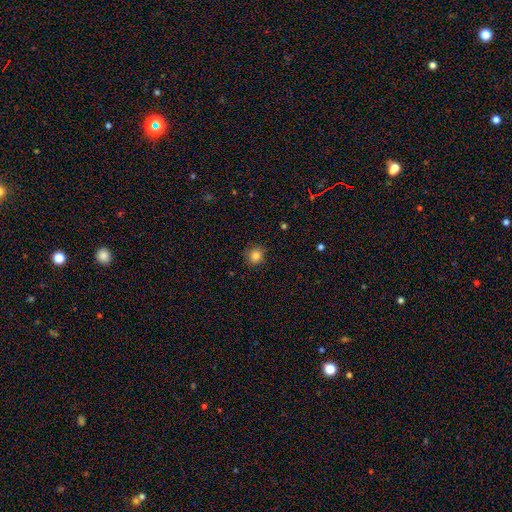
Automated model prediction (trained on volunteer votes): A smooth galaxy with no disk features (84%) that is round (89%). Merging: none (86%).